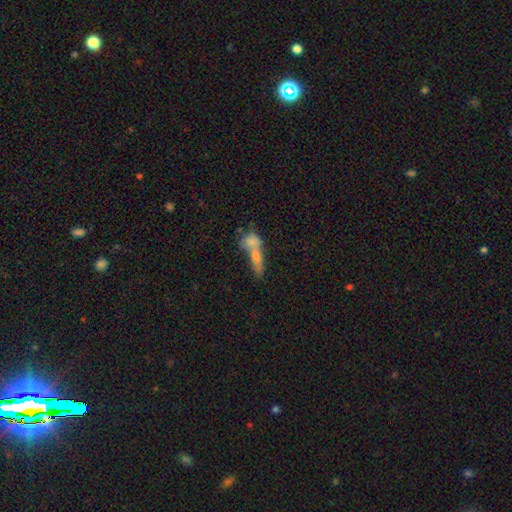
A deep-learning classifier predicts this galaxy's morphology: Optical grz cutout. It shows a smooth galaxy with no disk features (57%) that is in between round and cigar-shaped (50%). Merging: merger (65%).